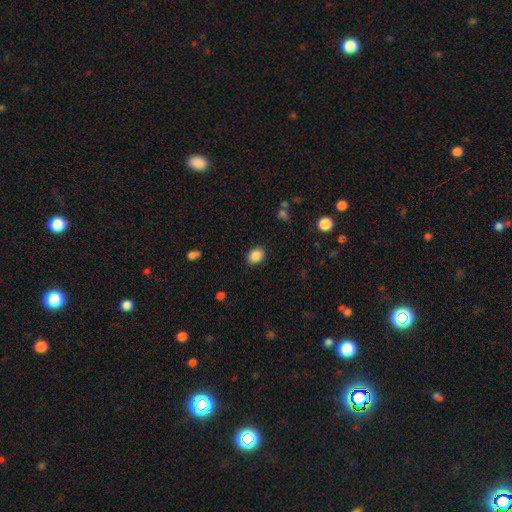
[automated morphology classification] smooth 88%, star or artifact 9%, featured or disk 3%. Down the decision tree: how rounded — in between (55%); merging — none (88%).